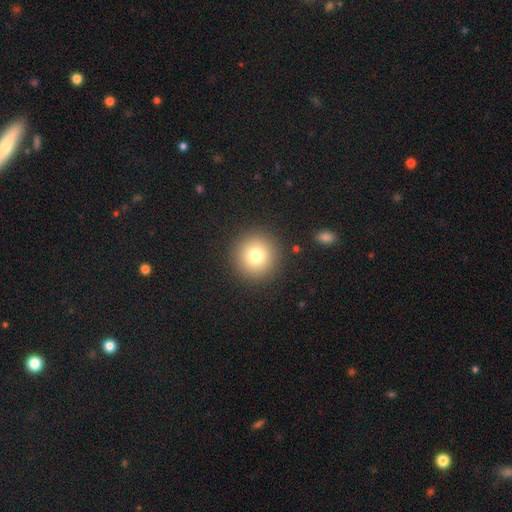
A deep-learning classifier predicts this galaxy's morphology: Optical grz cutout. It shows a smooth galaxy with no disk features (77%) that is round (95%). Merging: none (91%).